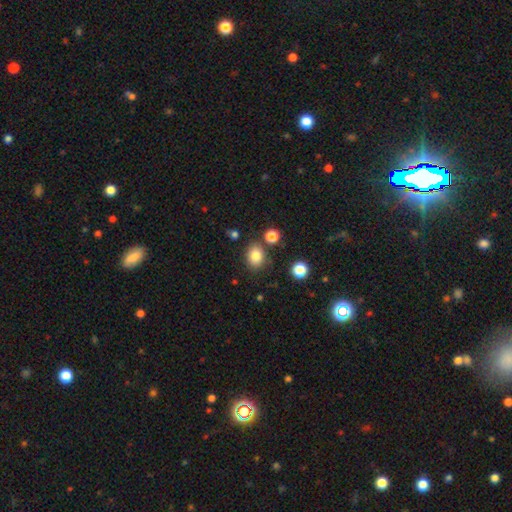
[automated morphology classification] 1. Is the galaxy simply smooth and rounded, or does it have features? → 82% smooth, 11% star or artifact, 6% featured or disk.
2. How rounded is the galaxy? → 50% in between, 49% round, 1% cigar-shaped.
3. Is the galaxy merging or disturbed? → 80% none, 11% minor disturbance, 6% merger, 3% major disturbance.